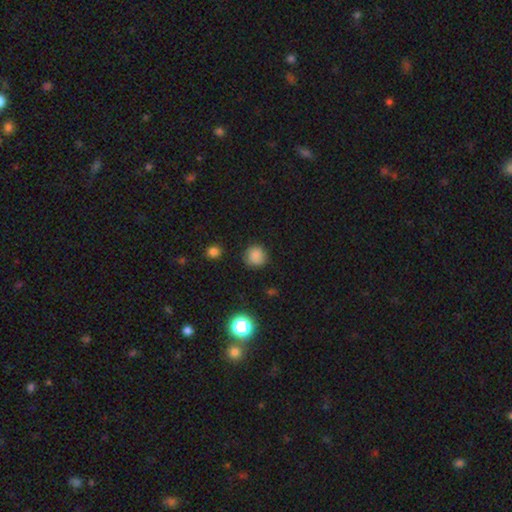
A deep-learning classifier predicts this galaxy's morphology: This is clearly a smooth galaxy (84%). How rounded: clearly round (92%). Merging: clearly none (84%).